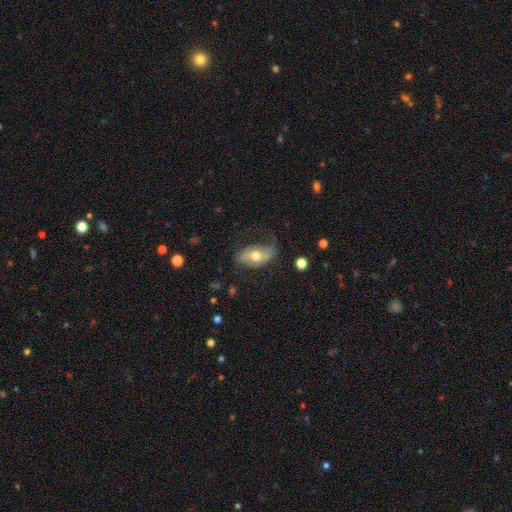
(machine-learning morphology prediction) Overall: featured or disk (51%; smooth 42%). Edge-on disk: no (87%). Merging: none (56%; minor disturbance 28%).